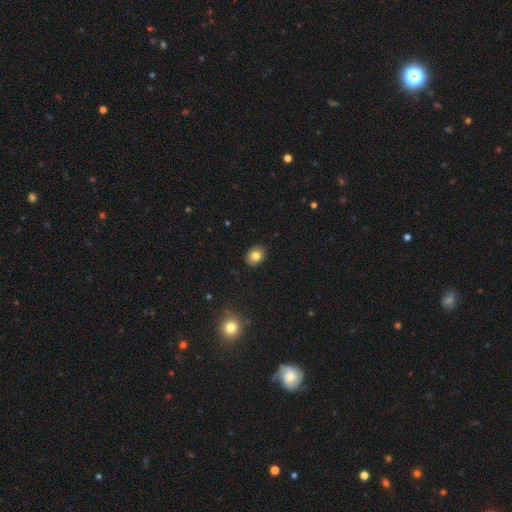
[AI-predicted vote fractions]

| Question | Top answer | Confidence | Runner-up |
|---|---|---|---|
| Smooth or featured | smooth | 80% | star or artifact (10%) |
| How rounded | in between | 50% | round (49%) |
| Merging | none | 86% | minor disturbance (11%) |